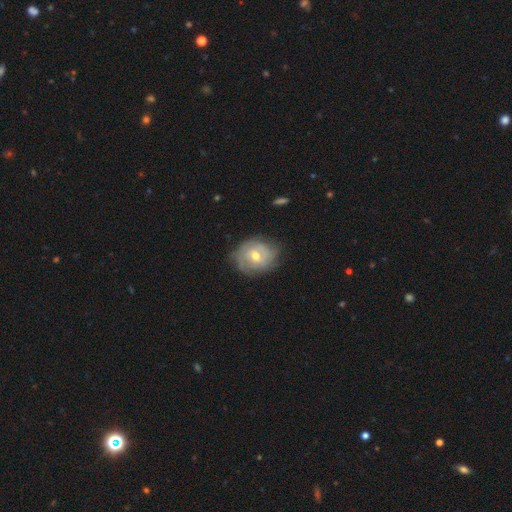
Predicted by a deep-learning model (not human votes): smooth-or-featured: featured or disk: 59% | smooth: 33% | star or artifact: 8%
  disk-edge-on: no: 96% | yes: 4%
    bar: no: 60% | weak: 33% | strong: 7%
    has-spiral-arms: yes: 71% | no: 29%
    bulge-size: moderate: 66% | small: 30% | large: 3% | none: 1% | dominant: 1%
  merging: none: 67% | minor disturbance: 24% | major disturbance: 8% | merger: 1%